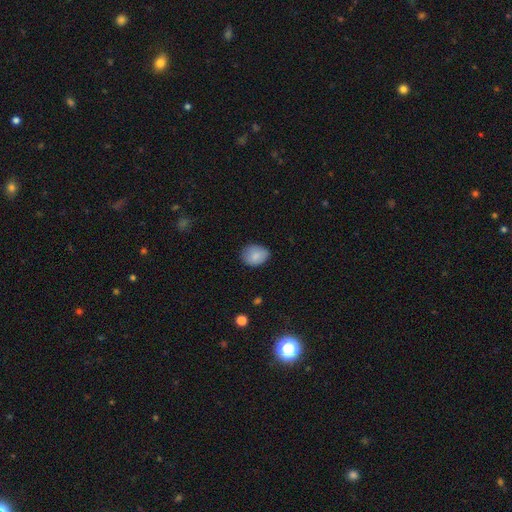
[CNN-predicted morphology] A smooth galaxy with no disk features (85%) that is in between round and cigar-shaped (59%). Merging: none (78%).